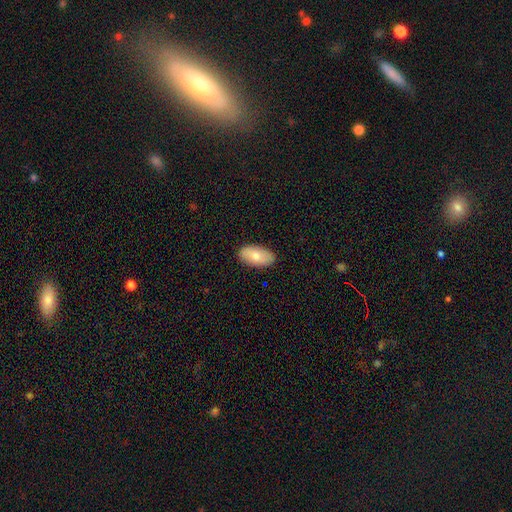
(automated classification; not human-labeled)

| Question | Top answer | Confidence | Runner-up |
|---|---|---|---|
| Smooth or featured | smooth | 77% | featured or disk (17%) |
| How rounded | in between | 94% | cigar-shaped (3%) |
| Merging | none | 88% | minor disturbance (9%) |